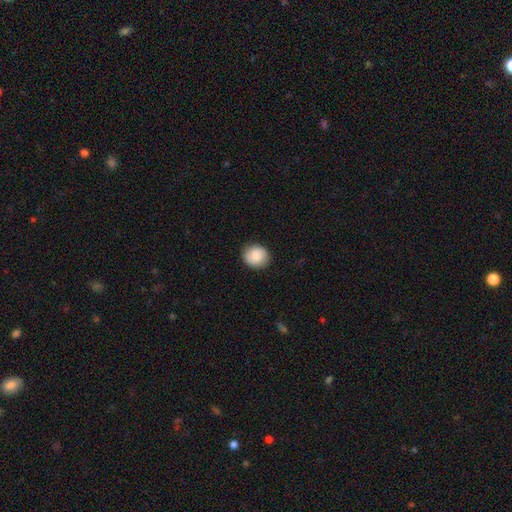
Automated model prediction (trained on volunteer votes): Morphology: type=smooth (85%); roundness=round (80%); merging=none (88%).